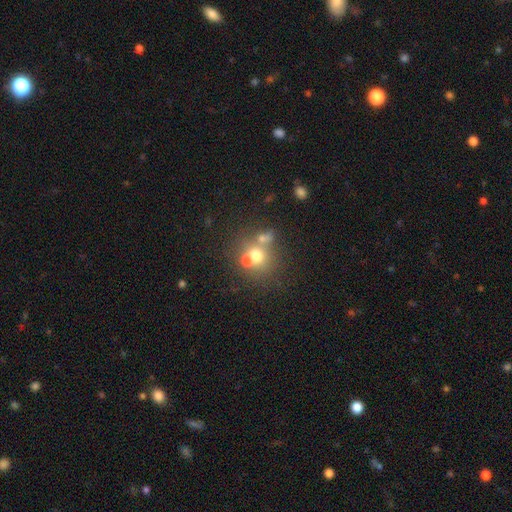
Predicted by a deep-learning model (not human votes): This appears to be a smooth galaxy with no disk features (62%) that is round (82%). Merging: none (44%).